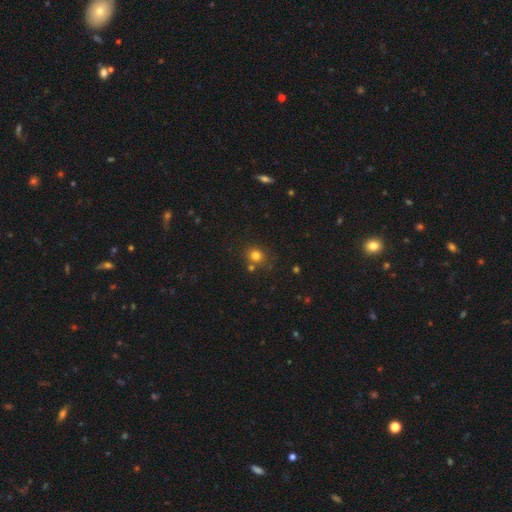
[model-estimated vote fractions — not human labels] Smooth or featured? smooth (77%)
How rounded? round (76%)
Merging? none (74%)